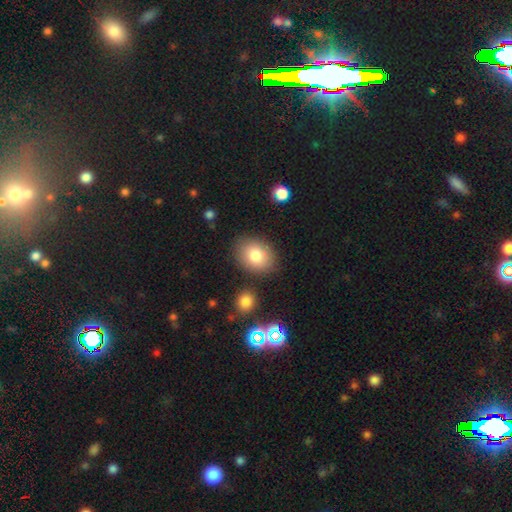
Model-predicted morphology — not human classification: Smooth or featured: smooth — 81% (featured or disk — 10%)
How rounded: in between — 64% (round — 35%)
Merging: none — 82% (minor disturbance — 11%)